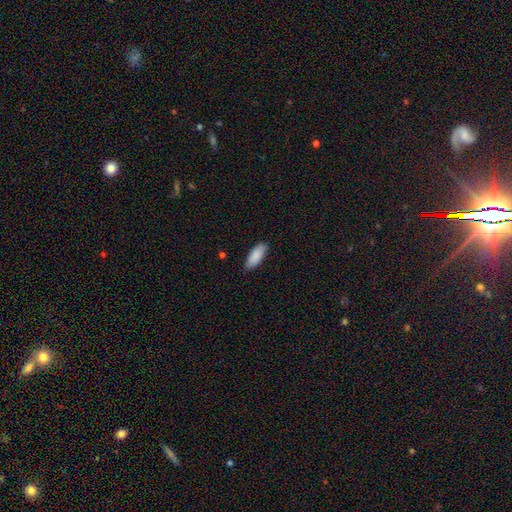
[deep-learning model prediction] smooth_or_featured: smooth (p=0.89) [alt: star or artifact p=0.05]
how_rounded: in between (p=0.76) [alt: cigar-shaped p=0.22]
merging: none (p=0.83) [alt: minor disturbance p=0.14]